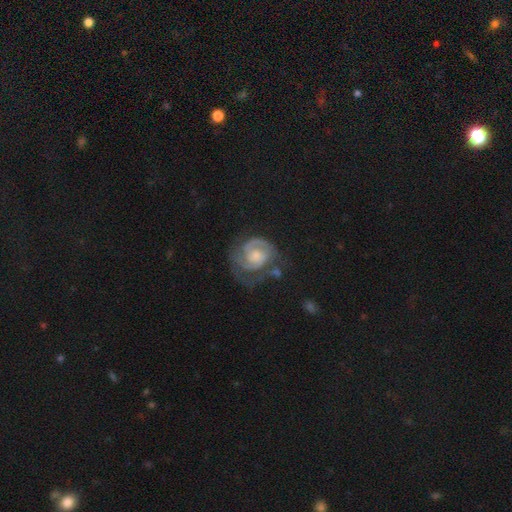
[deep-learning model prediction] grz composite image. It shows a featured or disk galaxy (80%) with no bar (67%), 2 (51%) tight (57%) spiral arms (94%) and a moderate central bulge (38%). Merging: none (49%).